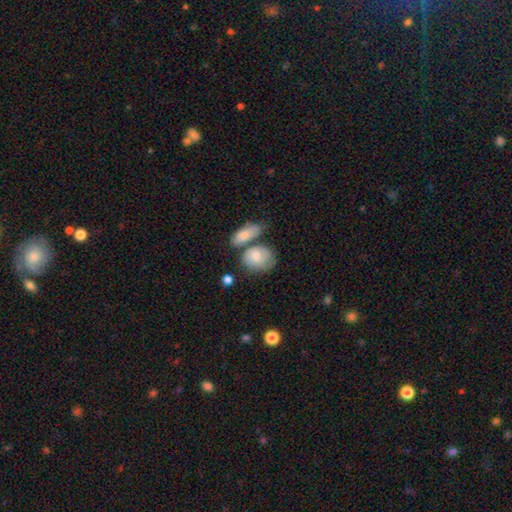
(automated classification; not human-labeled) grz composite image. It shows a smooth galaxy with no disk features (67%) that is in between round and cigar-shaped (61%). Merging: none (45%).